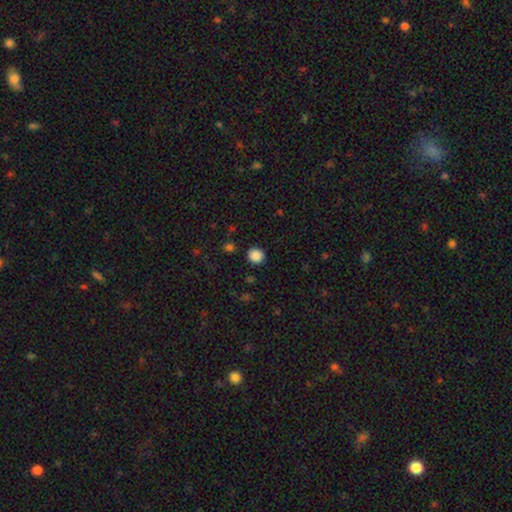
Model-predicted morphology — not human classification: Smooth or featured? smooth (87%)
How rounded? round (87%)
Merging? none (90%)